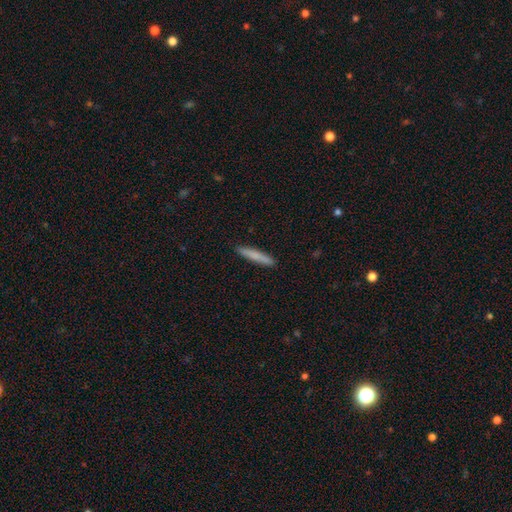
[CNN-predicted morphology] Overall: smooth (77%). How rounded: cigar-shaped (94%). Merging: none (91%).